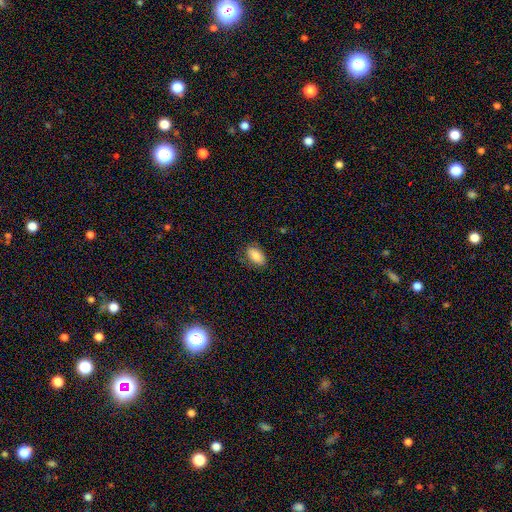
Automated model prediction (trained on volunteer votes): smooth_or_featured: smooth (p=0.83) [alt: featured or disk p=0.09]
how_rounded: in between (p=0.93) [alt: round p=0.05]
merging: none (p=0.76) [alt: minor disturbance p=0.18]